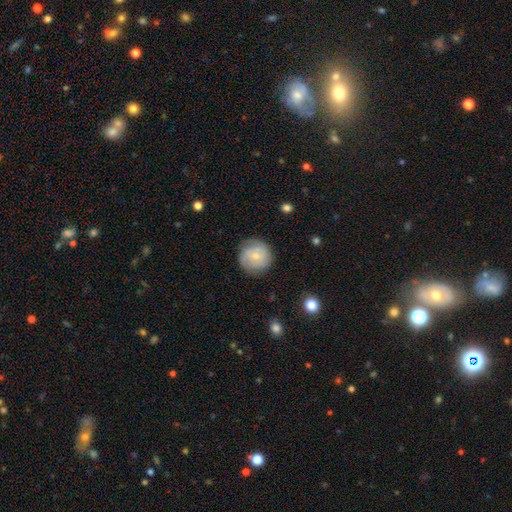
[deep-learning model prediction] This is possibly a smooth galaxy (58%). How rounded: clearly round (92%). Merging: likely none (76%).